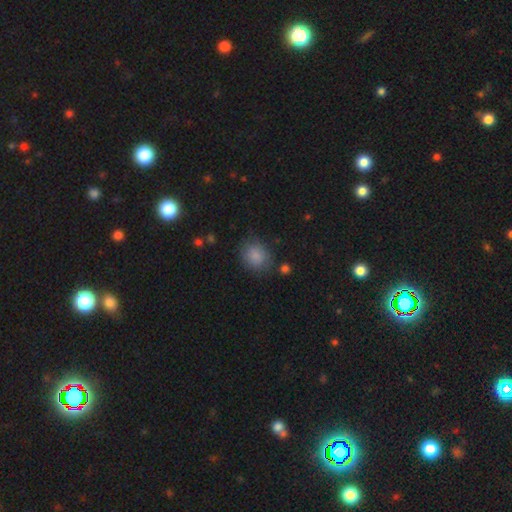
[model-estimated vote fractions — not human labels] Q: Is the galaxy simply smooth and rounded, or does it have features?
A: smooth — 85%.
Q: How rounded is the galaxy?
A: round — 63%.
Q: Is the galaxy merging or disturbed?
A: none — 76%.